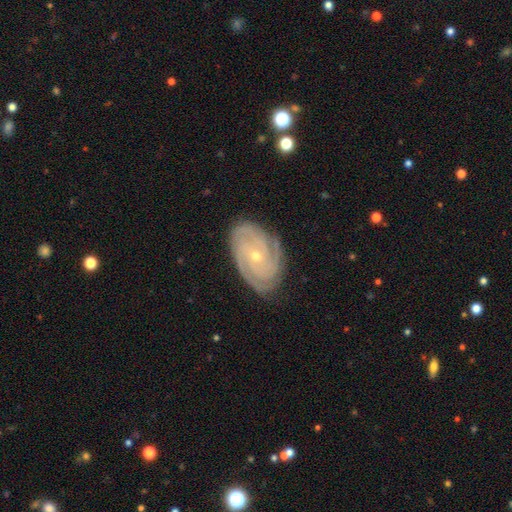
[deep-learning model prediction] The model was most divided on "spiral arm count": 3: 32%, 4: 27%, can't tell: 15%, 2: 13%, more than 4: 7%, 1: 6%. More confident: spiral arms — yes (98%); edge-on disk — no (97%); smooth or featured — featured or disk (88%); merging — none (81%); spiral winding — tight (78%); bar — no (72%); bulge size — small (69%).